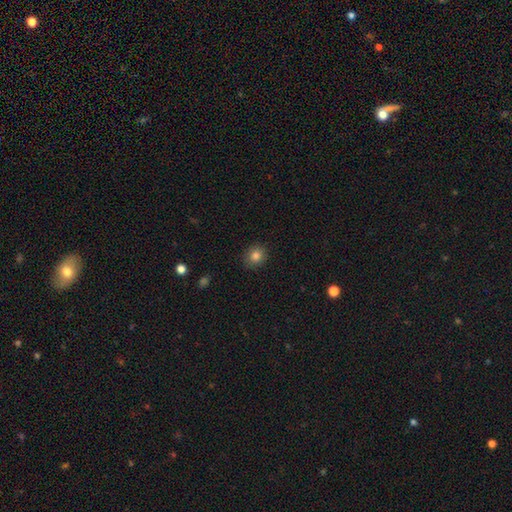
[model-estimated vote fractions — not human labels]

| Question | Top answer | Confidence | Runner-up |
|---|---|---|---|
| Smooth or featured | smooth | 83% | star or artifact (11%) |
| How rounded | round | 80% | in between (19%) |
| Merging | none | 88% | minor disturbance (9%) |